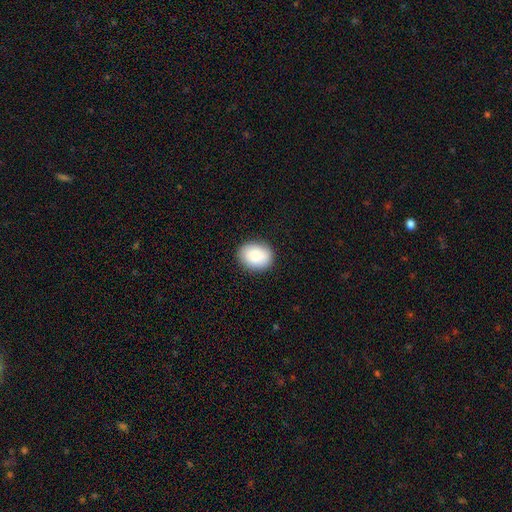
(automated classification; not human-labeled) This appears to be a smooth galaxy with no disk features (85%) that is in between round and cigar-shaped (53%). Merging: none (88%).